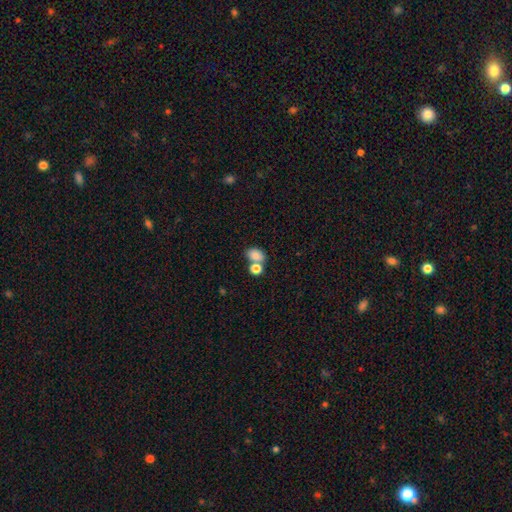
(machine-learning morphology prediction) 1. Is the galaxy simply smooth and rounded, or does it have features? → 82% smooth, 10% star or artifact, 8% featured or disk.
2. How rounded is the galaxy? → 72% in between, 27% round, 1% cigar-shaped.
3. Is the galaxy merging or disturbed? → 45% none, 39% merger, 11% minor disturbance, 5% major disturbance.